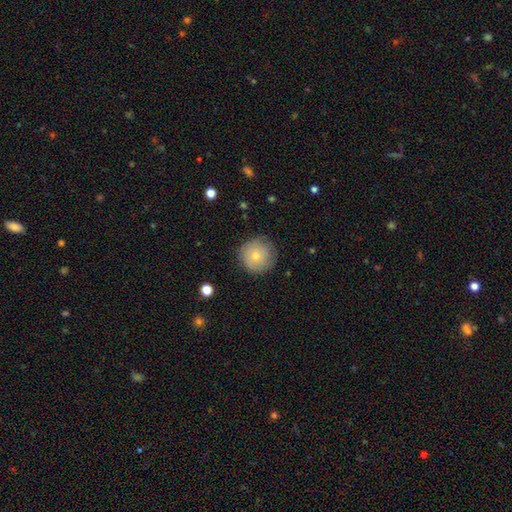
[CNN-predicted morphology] This appears to be a smooth galaxy with no disk features (73%) that is round (95%). Merging: none (83%).